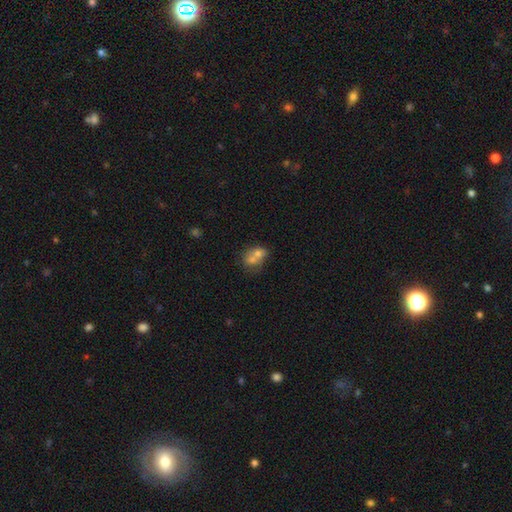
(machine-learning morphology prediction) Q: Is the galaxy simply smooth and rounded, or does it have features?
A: smooth — 66%.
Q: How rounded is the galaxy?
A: round — 52%.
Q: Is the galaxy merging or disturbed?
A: merger — 69%.